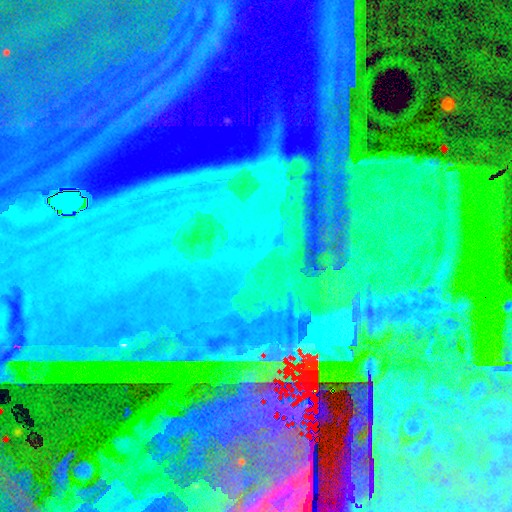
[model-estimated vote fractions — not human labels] Overall: star or artifact (87%).